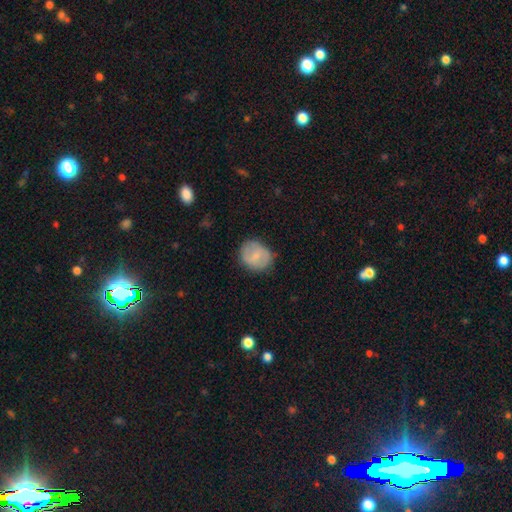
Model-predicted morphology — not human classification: Smooth or featured?
  - smooth: 59% *
  - featured or disk: 34%
  - star or artifact: 7%
How rounded?
  - round: 69% *
  - in between: 30%
  - cigar-shaped: 1%
Merging?
  - none: 77% *
  - minor disturbance: 18%
  - major disturbance: 5%
  - merger: 1%